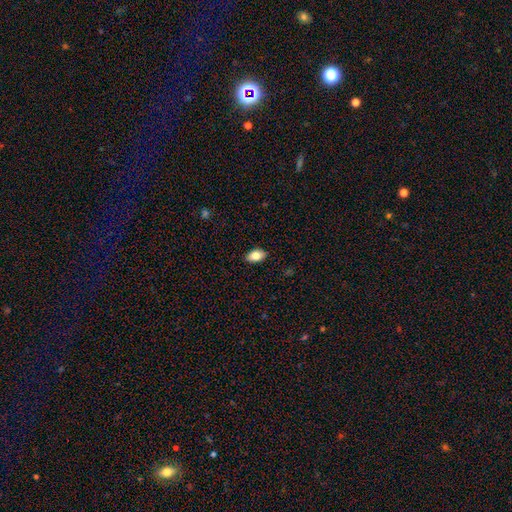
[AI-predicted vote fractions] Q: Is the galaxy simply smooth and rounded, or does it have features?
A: smooth — 82%.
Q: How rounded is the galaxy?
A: in between — 91%.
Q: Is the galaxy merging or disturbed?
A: none — 89%.